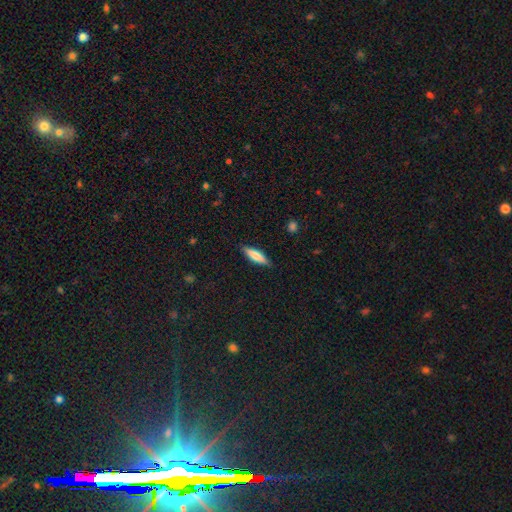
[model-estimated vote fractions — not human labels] A smooth galaxy with no disk features (68%) that is cigar-shaped (70%). Merging: none (87%).